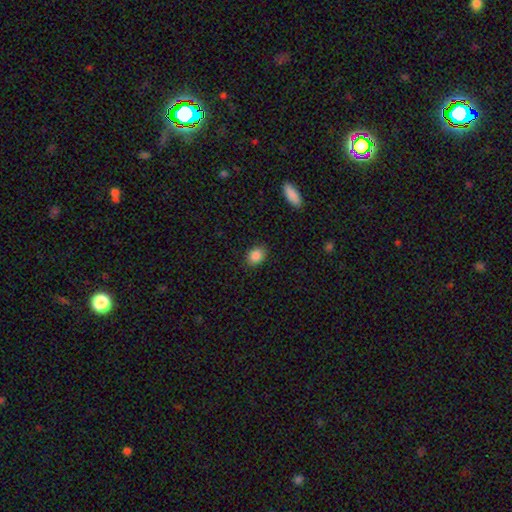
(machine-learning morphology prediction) A smooth galaxy with no disk features (88%) that is in between round and cigar-shaped (59%).

Vote fractions:
- Smooth or featured? smooth: 88% / star or artifact: 8% / featured or disk: 4%
- How rounded? in between: 59% / round: 40% / cigar-shaped: 1%
- Merging? none: 88% / minor disturbance: 9% / major disturbance: 2% / merger: 1%